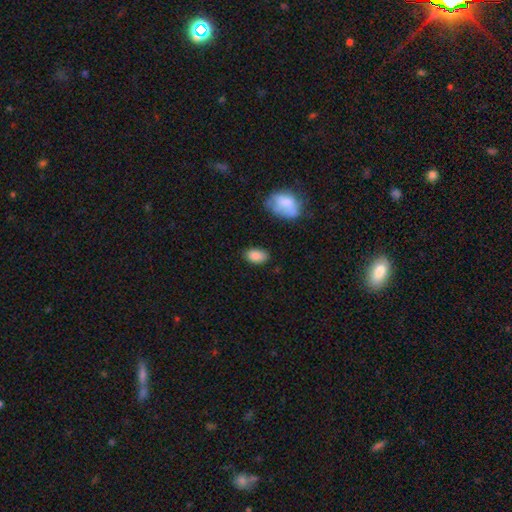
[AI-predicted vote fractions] Smooth or featured? smooth (86%)
How rounded? in between (90%)
Merging? none (79%)